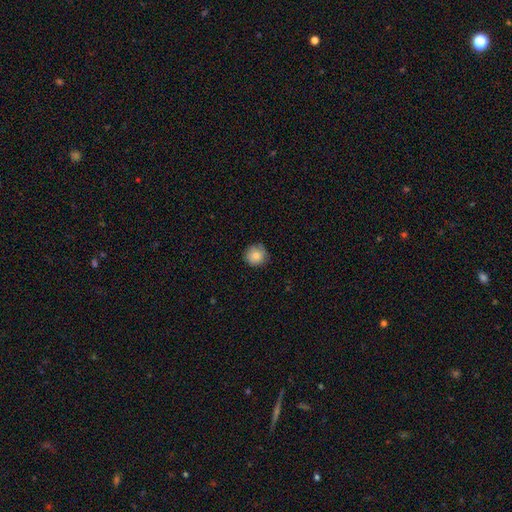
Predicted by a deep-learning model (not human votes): A smooth galaxy with no disk features (83%) that is round (94%).

Vote fractions:
- Smooth or featured? smooth: 83% / featured or disk: 9% / star or artifact: 9%
- How rounded? round: 94% / in between: 5% / cigar-shaped: 1%
- Merging? none: 82% / minor disturbance: 14% / major disturbance: 2% / merger: 1%